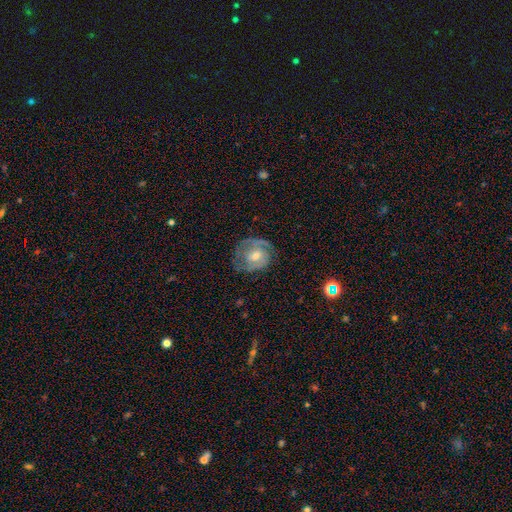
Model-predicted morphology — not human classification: Overall: featured or disk (71%). Edge-on disk: no (97%). Bar: no (56%; weak 36%). Spiral arms: yes (87%). Spiral arm count: 2 (57%; can't tell 21%). Spiral winding: tight (45%; medium 41%). Bulge size: moderate (57%; small 37%). Merging: none (66%).